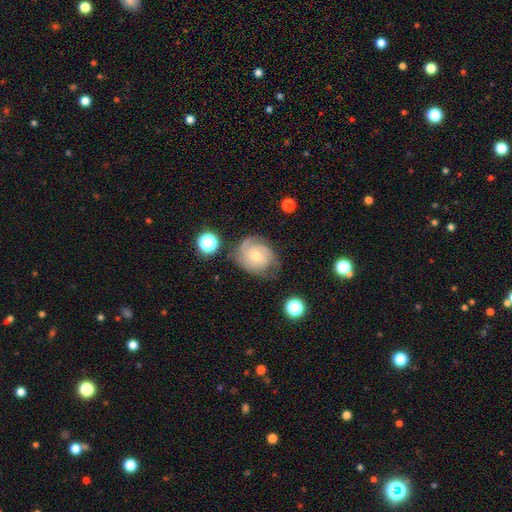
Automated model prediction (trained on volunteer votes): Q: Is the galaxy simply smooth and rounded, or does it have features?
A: featured or disk — 71%.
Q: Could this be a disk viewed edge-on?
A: no — 97%.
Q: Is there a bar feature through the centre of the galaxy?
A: no — 63%.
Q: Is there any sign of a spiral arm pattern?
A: yes — 92%.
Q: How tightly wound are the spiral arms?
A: tight — 53%.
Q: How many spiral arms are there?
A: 3 — 31%.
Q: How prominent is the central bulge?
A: small — 48%, tied with moderate.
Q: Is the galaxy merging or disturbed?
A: none — 61%.